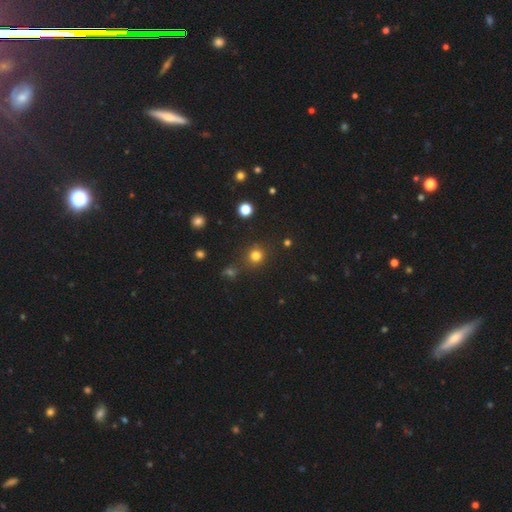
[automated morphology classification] The model was most divided on "smooth or featured": smooth: 79%, star or artifact: 16%, featured or disk: 5%. More confident: how rounded — round (90%); merging — none (83%).